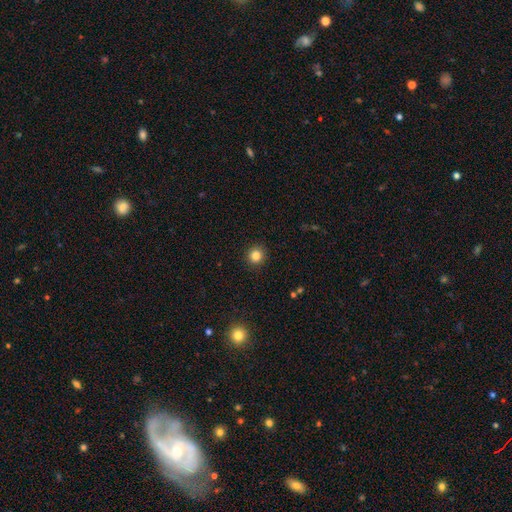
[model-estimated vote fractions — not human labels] This appears to be a smooth galaxy with no disk features (84%) that is round (93%). Merging: none (92%).